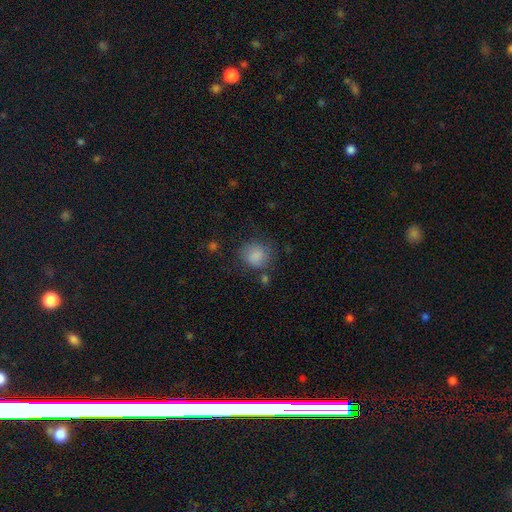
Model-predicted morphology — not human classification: smooth 83%, star or artifact 10%, featured or disk 7%. Down the decision tree: how rounded — round (77%); merging — none (72%).